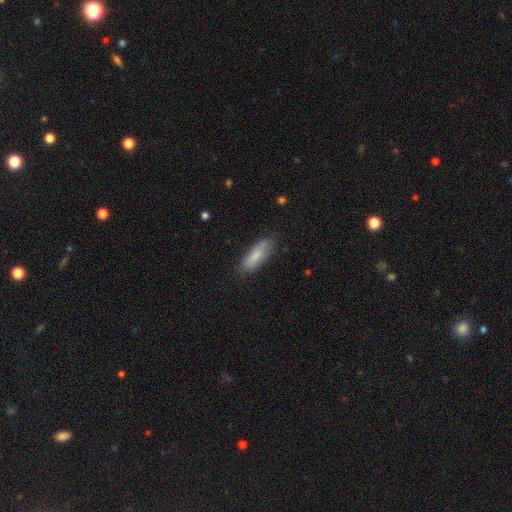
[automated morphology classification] Smooth or featured: smooth — 79% (featured or disk — 15%)
How rounded: in between — 59% (cigar-shaped — 39%)
Merging: none — 81% (minor disturbance — 15%)